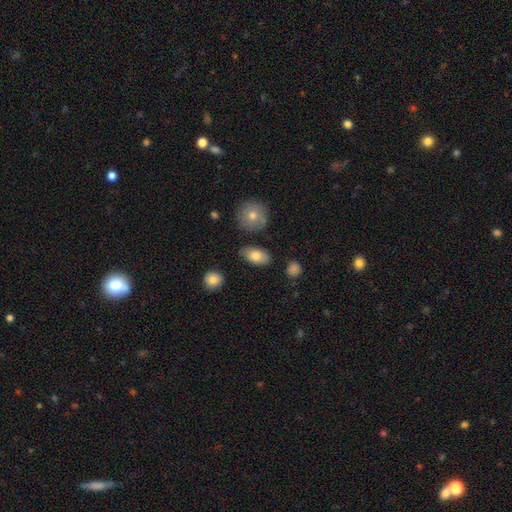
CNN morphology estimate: This is likely a smooth galaxy (78%). How rounded: clearly in between (90%). Merging: clearly none (80%).